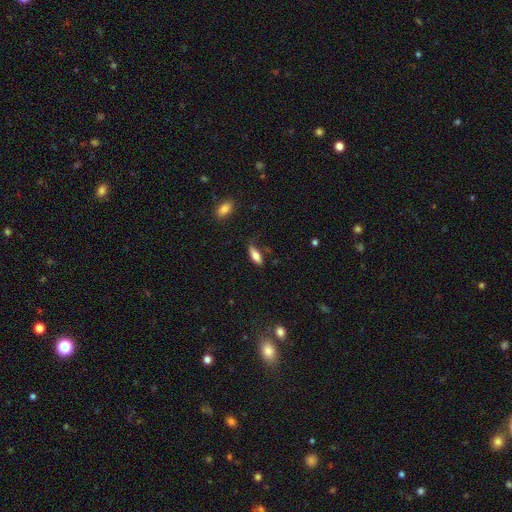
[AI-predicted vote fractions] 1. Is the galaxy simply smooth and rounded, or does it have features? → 72% smooth, 20% featured or disk, 7% star or artifact.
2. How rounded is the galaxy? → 64% in between, 34% cigar-shaped, 3% round.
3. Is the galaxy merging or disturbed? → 62% none, 26% minor disturbance, 9% major disturbance, 3% merger.